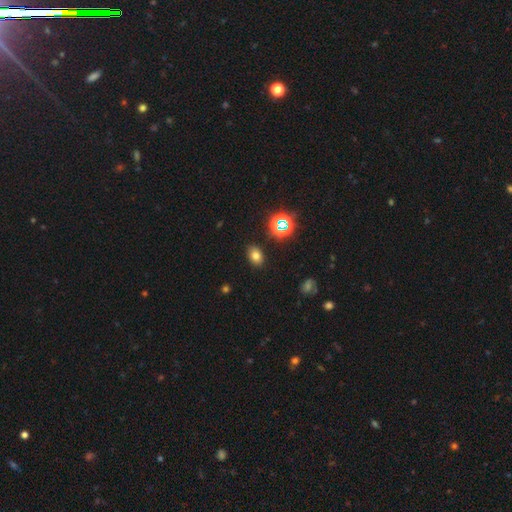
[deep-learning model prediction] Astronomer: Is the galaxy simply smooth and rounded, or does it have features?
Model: smooth — 73%.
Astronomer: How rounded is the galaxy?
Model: in between — 74%.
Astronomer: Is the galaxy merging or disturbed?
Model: none — 87%.